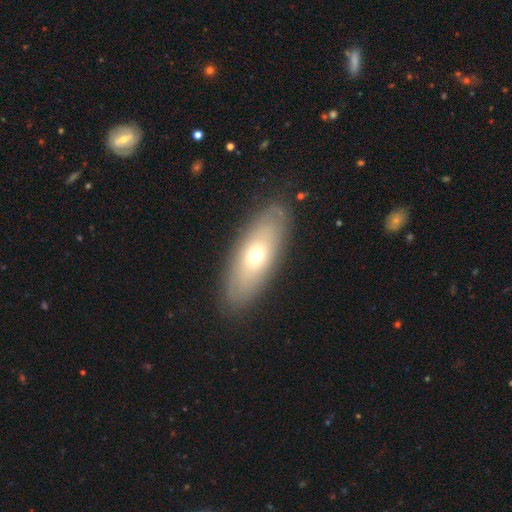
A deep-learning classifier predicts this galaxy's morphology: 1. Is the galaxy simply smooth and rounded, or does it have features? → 53% smooth, 39% featured or disk, 7% star or artifact.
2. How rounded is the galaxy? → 72% in between, 24% cigar-shaped, 4% round.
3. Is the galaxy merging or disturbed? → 85% none, 10% minor disturbance, 3% major disturbance, 1% merger.